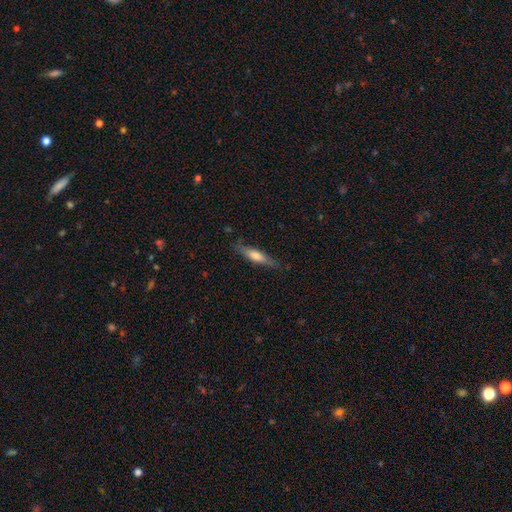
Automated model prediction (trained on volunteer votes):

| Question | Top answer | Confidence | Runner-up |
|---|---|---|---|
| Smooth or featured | smooth | 54% | featured or disk (40%) |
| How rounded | cigar-shaped | 78% | in between (21%) |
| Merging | none | 81% | minor disturbance (14%) |